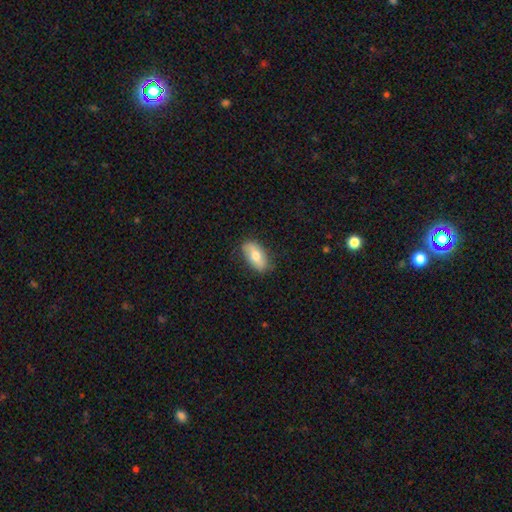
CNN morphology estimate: Smooth or featured?
  - smooth: 65% *
  - featured or disk: 28%
  - star or artifact: 6%
How rounded?
  - in between: 90% *
  - cigar-shaped: 6%
  - round: 4%
Merging?
  - none: 80% *
  - minor disturbance: 15%
  - major disturbance: 3%
  - merger: 1%